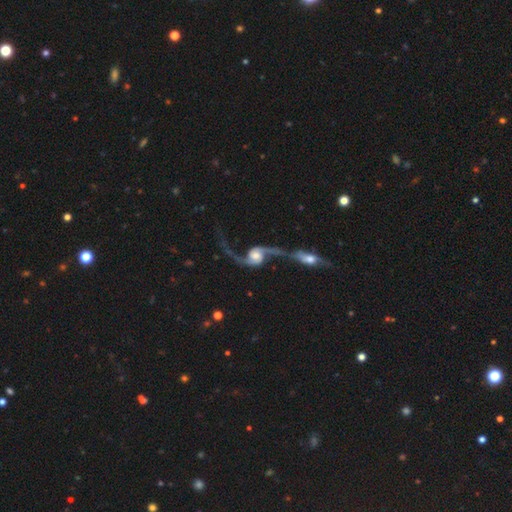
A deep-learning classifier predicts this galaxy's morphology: A featured or disk galaxy (89%) with no bar (58%), 2 (92%) loose (86%) spiral arms (96%) and a moderate central bulge (39%).

Vote fractions:
- Smooth or featured? featured or disk: 89% / smooth: 6% / star or artifact: 4%
- Edge-on disk? no: 95% / yes: 5%
- Bar? no: 58% / weak: 31% / strong: 11%
- Spiral arms? yes: 96% / no: 4%
- Spiral winding? loose: 86% / medium: 11% / tight: 3%
- Spiral arm count? 2: 92% / 1: 4% / can't tell: 2% / 3: 1% / 4: 1% / more than 4: 1%
- Bulge size? moderate: 39% / large: 31% / small: 16% / none: 7% / dominant: 6%
- Merging? merger: 63% / none: 19% / major disturbance: 11% / minor disturbance: 7%